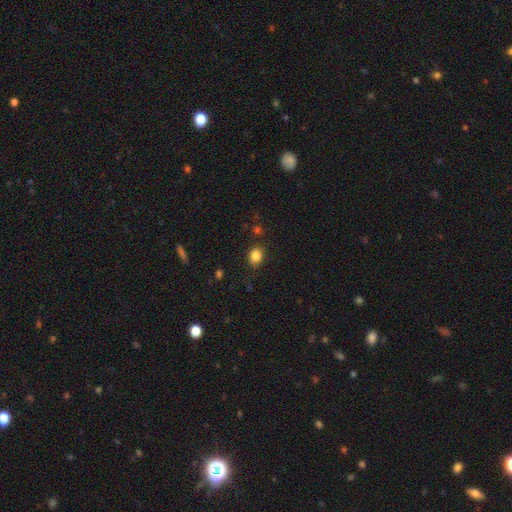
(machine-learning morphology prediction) Overall: smooth (85%). How rounded: in between (63%; round 36%). Merging: none (84%).